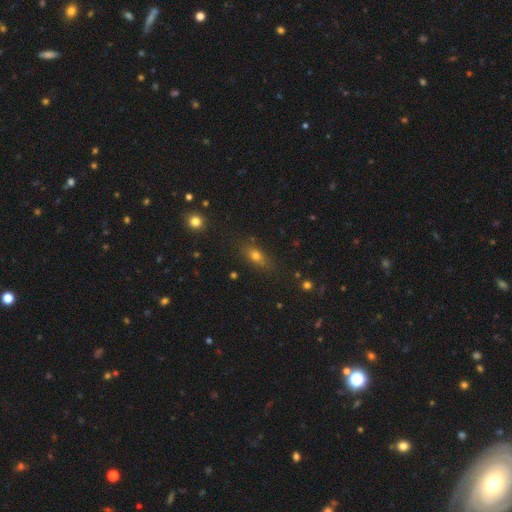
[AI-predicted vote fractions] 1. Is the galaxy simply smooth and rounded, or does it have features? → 69% smooth, 16% featured or disk, 14% star or artifact.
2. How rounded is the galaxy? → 69% in between, 18% cigar-shaped, 13% round.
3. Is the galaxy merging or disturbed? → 79% none, 15% minor disturbance, 4% major disturbance, 2% merger.